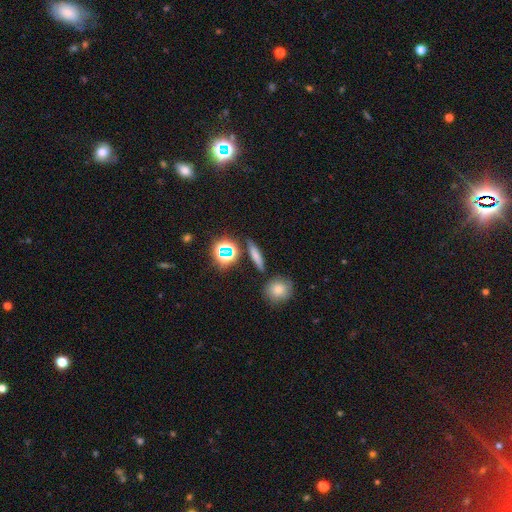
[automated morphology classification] Smooth or featured? smooth (65%)
How rounded? cigar-shaped (63%)
Merging? none (83%)